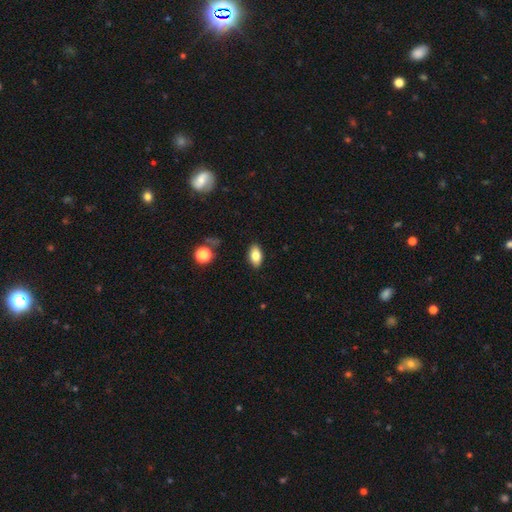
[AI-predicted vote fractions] Smooth or featured? Predicted: smooth (p=0.82). How rounded? Predicted: in between (p=0.90). Merging? Predicted: none (p=0.87).